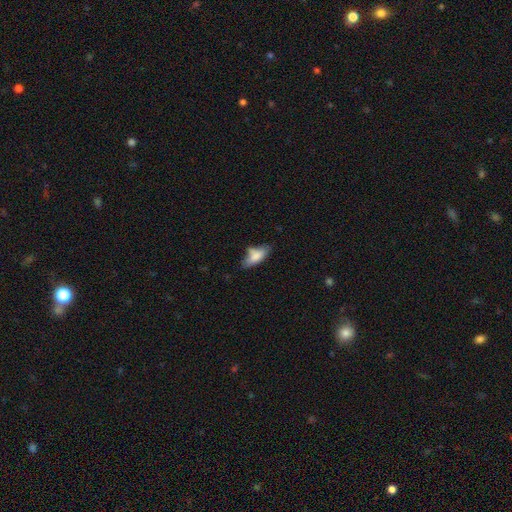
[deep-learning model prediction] Smooth or featured? Predicted: smooth (p=0.77). How rounded? Predicted: in between (p=0.76). Merging? Predicted: none (p=0.51).